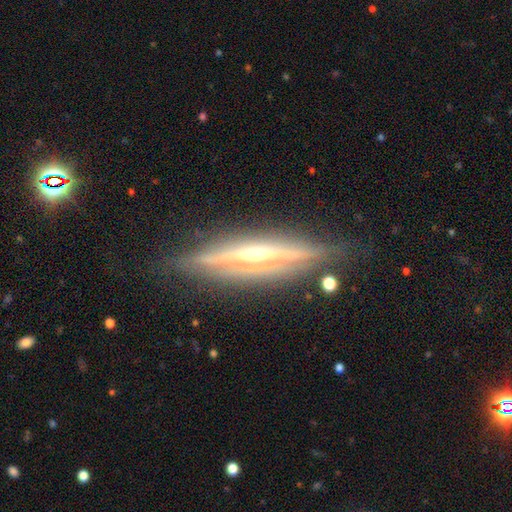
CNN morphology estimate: Smooth or featured? Predicted: featured or disk (p=0.85). Edge-on disk? Predicted: yes (p=0.96). Edge-on bulge? Predicted: rounded (p=0.81). Merging? Predicted: none (p=0.83).